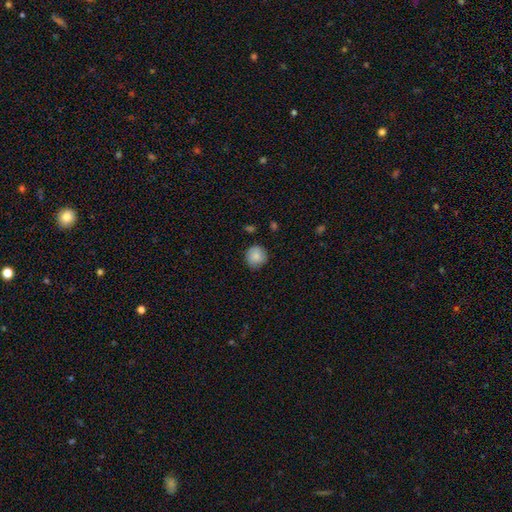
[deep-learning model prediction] Overall: smooth (82%). How rounded: round (92%). Merging: none (82%).